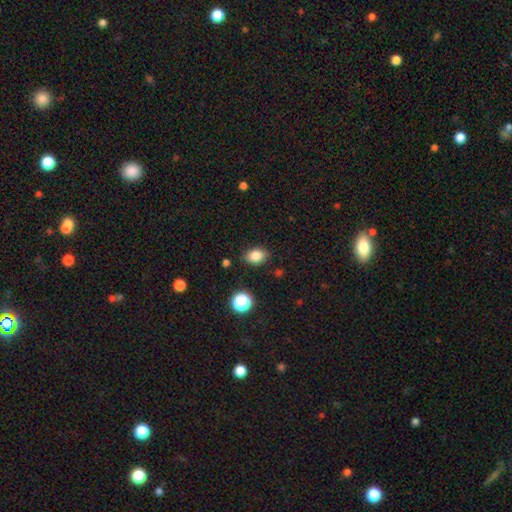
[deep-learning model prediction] smooth_or_featured: smooth (p=0.83) [alt: star or artifact p=0.11]
how_rounded: in between (p=0.72) [alt: round p=0.27]
merging: none (p=0.83) [alt: minor disturbance p=0.13]